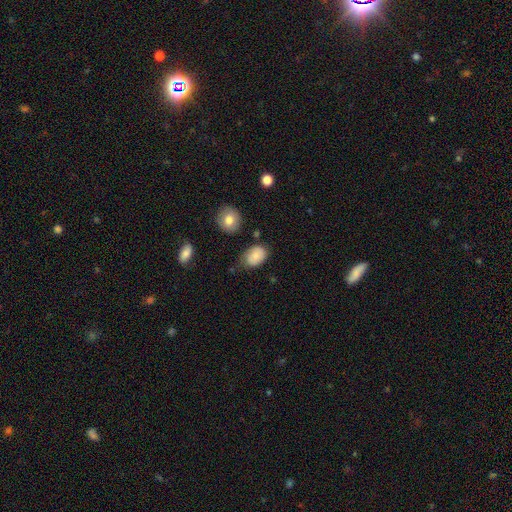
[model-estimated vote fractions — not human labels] This is likely a smooth galaxy (80%). How rounded: likely in between (76%). Merging: likely none (60%).